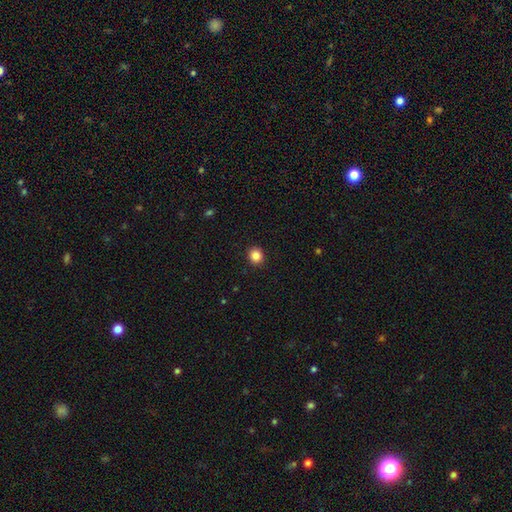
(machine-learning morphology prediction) This is clearly a smooth galaxy (85%). How rounded: clearly round (84%). Merging: clearly none (92%).